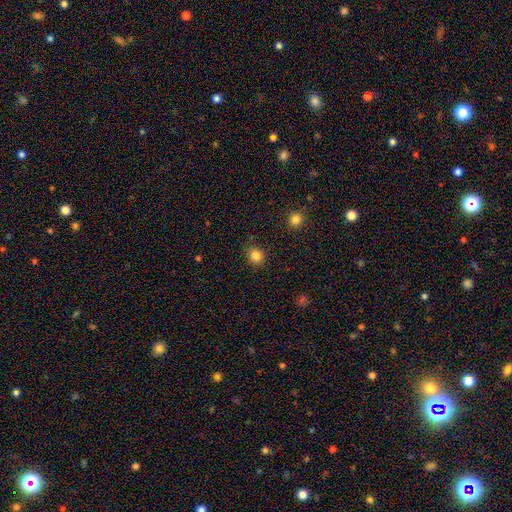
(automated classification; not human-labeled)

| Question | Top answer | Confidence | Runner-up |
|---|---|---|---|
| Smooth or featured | smooth | 84% | star or artifact (12%) |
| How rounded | round | 88% | in between (11%) |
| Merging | none | 89% | minor disturbance (8%) |